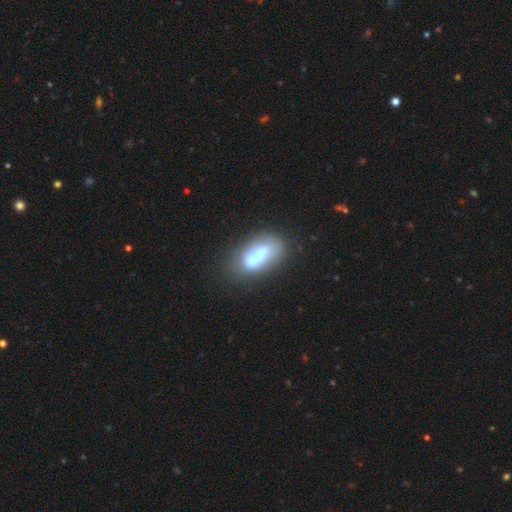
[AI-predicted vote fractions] This is possibly a smooth galaxy (47%). Merging: likely none (73%).